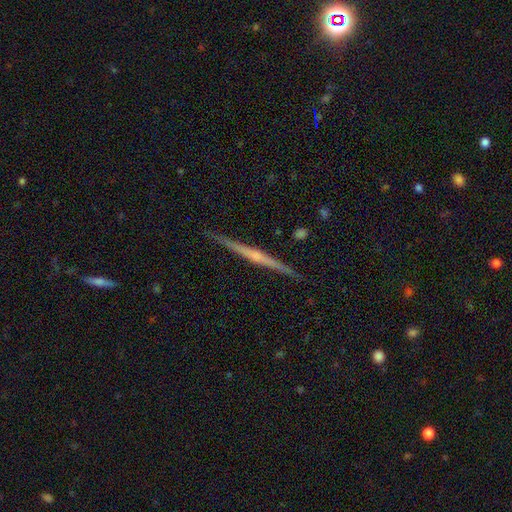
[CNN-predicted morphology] This is likely a featured or disk galaxy (78%). It is clearly viewed edge-on (98%). Edge-on bulge: possibly rounded (59%). Merging: clearly none (91%).